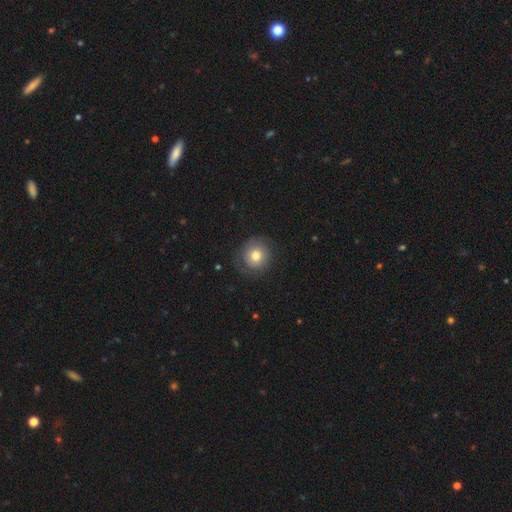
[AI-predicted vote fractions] This appears to be a smooth galaxy with no disk features (66%) that is round (88%). Merging: none (74%).